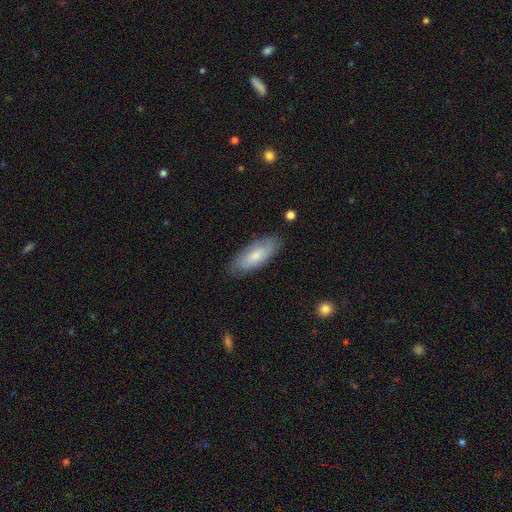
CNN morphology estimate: Smooth or featured?
  - smooth: 69% *
  - featured or disk: 25%
  - star or artifact: 6%
How rounded?
  - in between: 75% *
  - cigar-shaped: 23%
  - round: 2%
Merging?
  - none: 81% *
  - minor disturbance: 15%
  - major disturbance: 3%
  - merger: 1%